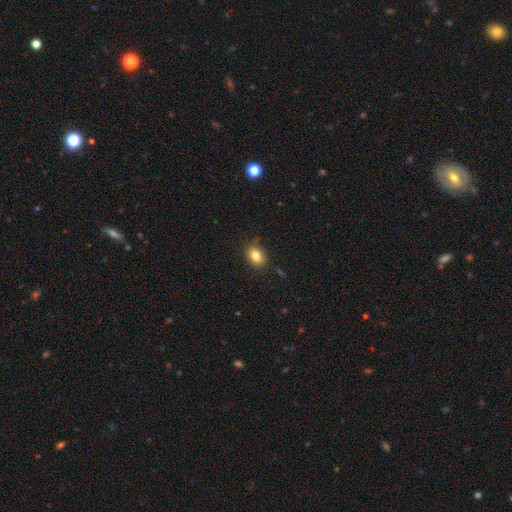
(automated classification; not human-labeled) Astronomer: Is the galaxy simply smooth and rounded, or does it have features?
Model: smooth — 84%.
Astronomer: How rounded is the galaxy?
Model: in between — 73%.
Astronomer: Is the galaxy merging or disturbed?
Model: none — 84%.